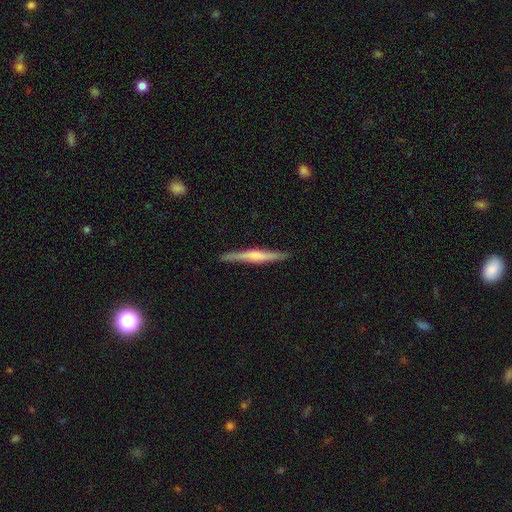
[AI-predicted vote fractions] Smooth or featured? featured or disk (61%)
Edge-on disk? yes (97%)
Edge-on bulge? rounded (47%)
Merging? none (90%)